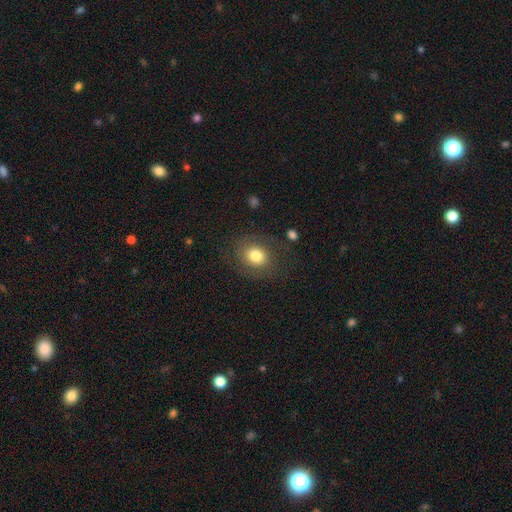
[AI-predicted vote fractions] Smooth or featured: smooth — 71% (featured or disk — 19%)
How rounded: round — 66% (in between — 33%)
Merging: none — 76% (minor disturbance — 13%)